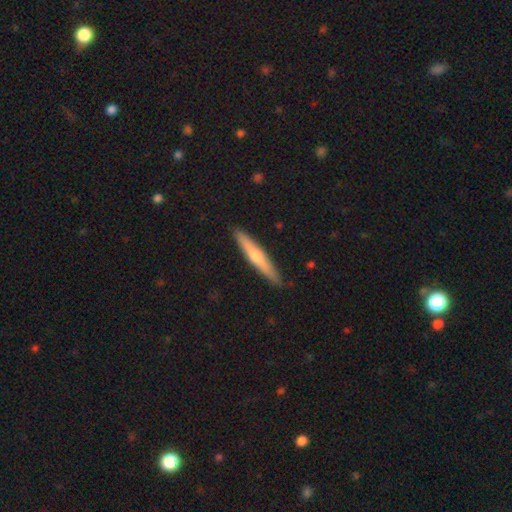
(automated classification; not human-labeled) smooth-or-featured: featured or disk: 55% | smooth: 38% | star or artifact: 6%
  disk-edge-on: yes: 95% | no: 5%
    edge-on-bulge: rounded: 82% | none: 14% | boxy: 3%
  merging: none: 90% | minor disturbance: 7% | major disturbance: 1% | merger: 1%